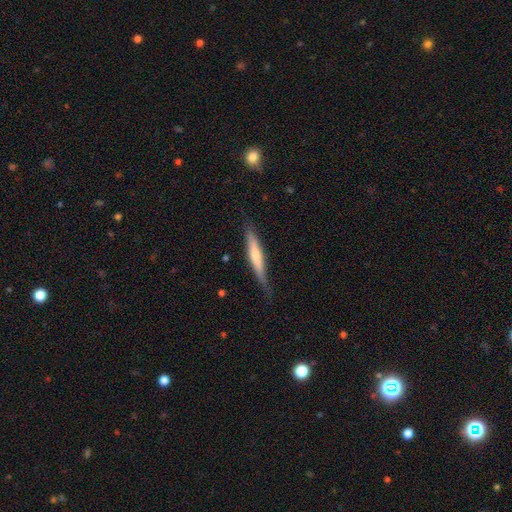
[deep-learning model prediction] A smooth galaxy with no disk features (53%) that is cigar-shaped (91%). Merging: none (77%).